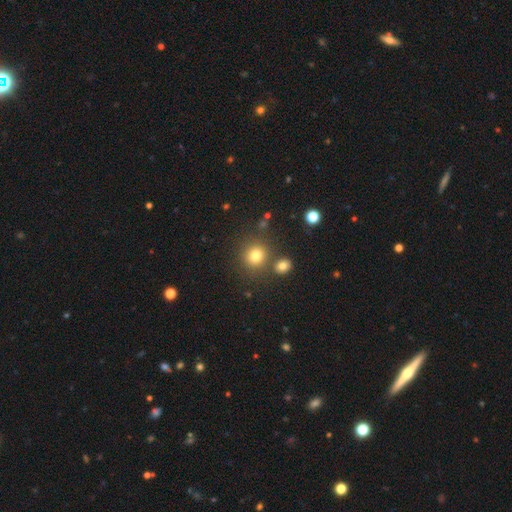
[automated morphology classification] Smooth or featured? Predicted: smooth (p=0.78). How rounded? Predicted: round (p=0.87). Merging? Predicted: none (p=0.76).